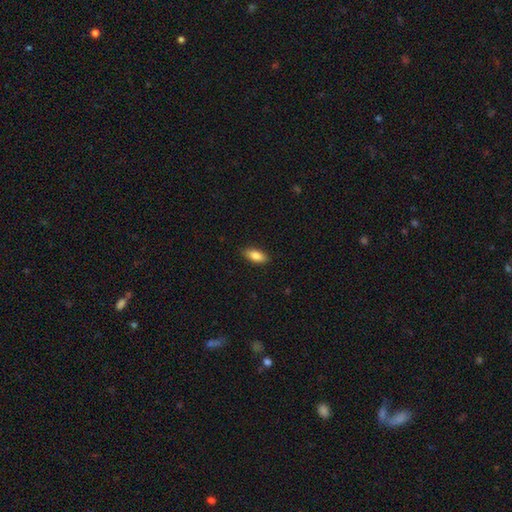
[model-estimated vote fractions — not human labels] Smooth or featured?
  - smooth: 84% *
  - featured or disk: 10%
  - star or artifact: 7%
How rounded?
  - in between: 83% *
  - cigar-shaped: 15%
  - round: 3%
Merging?
  - none: 88% *
  - minor disturbance: 9%
  - major disturbance: 2%
  - merger: 1%